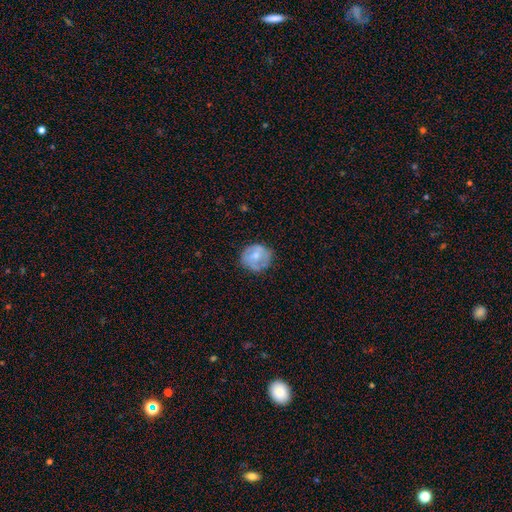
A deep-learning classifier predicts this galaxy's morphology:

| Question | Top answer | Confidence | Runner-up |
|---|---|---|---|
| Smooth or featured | smooth | 55% | featured or disk (38%) |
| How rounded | round | 83% | in between (16%) |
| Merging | none | 69% | minor disturbance (22%) |